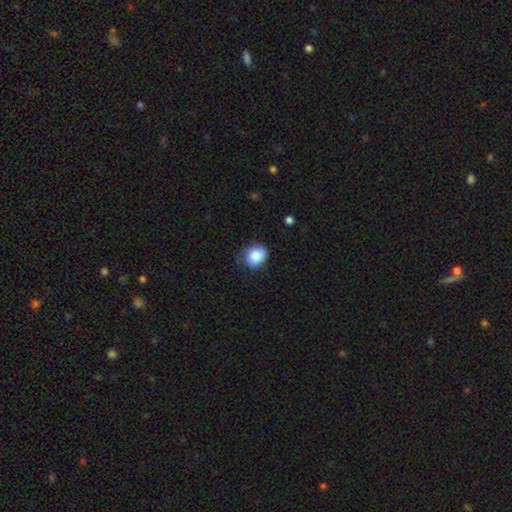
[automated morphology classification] smooth 85%, star or artifact 8%, featured or disk 7%. Down the decision tree: how rounded — round (58%); merging — none (64%).